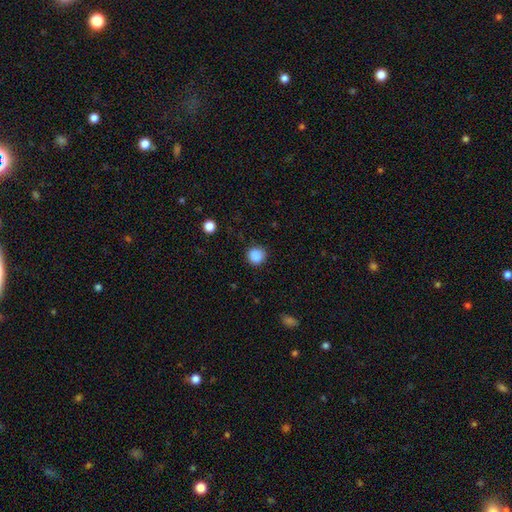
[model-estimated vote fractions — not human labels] Smooth or featured?
  - smooth: 87% *
  - star or artifact: 10%
  - featured or disk: 3%
How rounded?
  - round: 92% *
  - in between: 7%
  - cigar-shaped: 1%
Merging?
  - none: 87% *
  - minor disturbance: 9%
  - major disturbance: 3%
  - merger: 1%